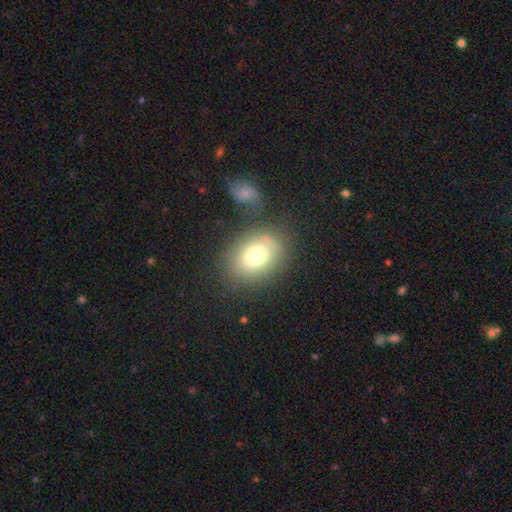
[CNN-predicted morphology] A smooth galaxy with no disk features (73%) that is in between round and cigar-shaped (57%). Merging: none (71%).